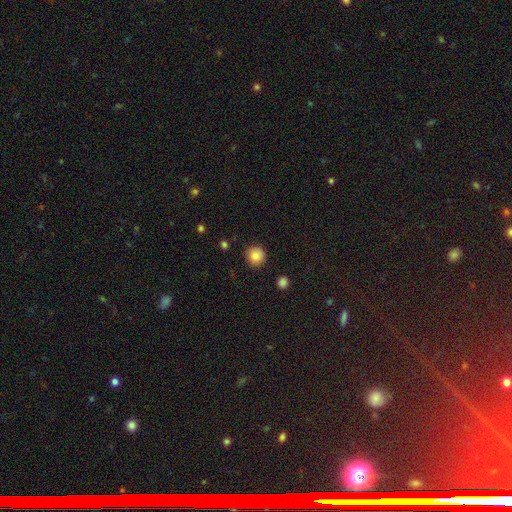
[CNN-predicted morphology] smooth-or-featured: smooth: 84% | star or artifact: 9% | featured or disk: 7%
  how-rounded: round: 94% | in between: 5% | cigar-shaped: 1%
  merging: none: 90% | minor disturbance: 7% | major disturbance: 2% | merger: 1%